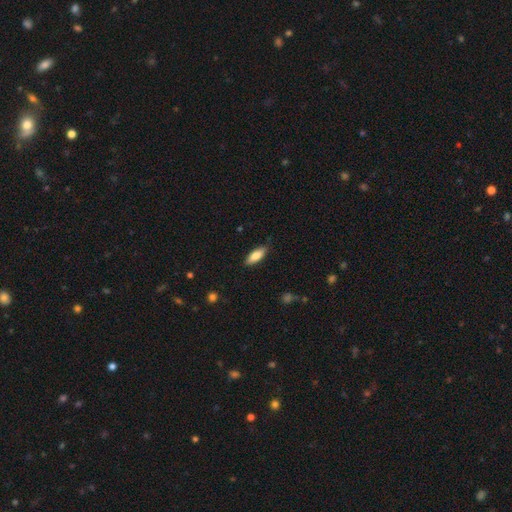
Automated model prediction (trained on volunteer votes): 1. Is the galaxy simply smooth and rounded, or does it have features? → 82% smooth, 12% featured or disk, 6% star or artifact.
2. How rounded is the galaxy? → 69% in between, 29% cigar-shaped, 2% round.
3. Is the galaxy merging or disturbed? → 83% none, 14% minor disturbance, 2% major disturbance, 1% merger.